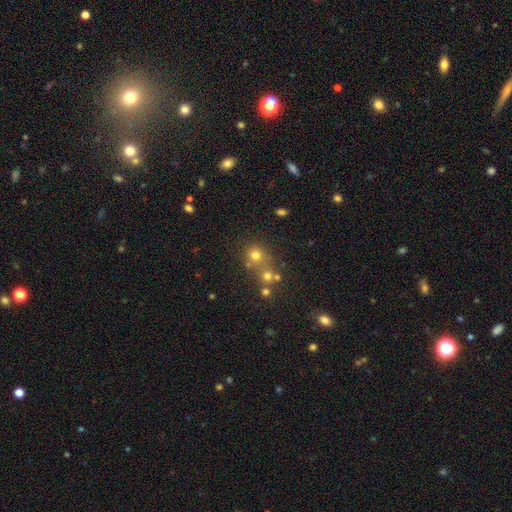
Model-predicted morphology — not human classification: This appears to be a smooth galaxy with no disk features (65%) that is round (87%). Merging: none (57%).